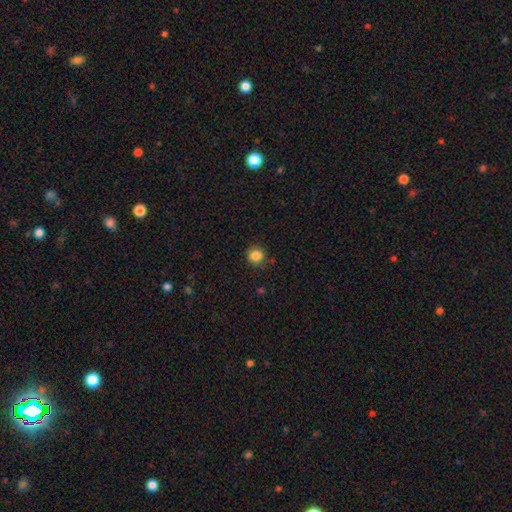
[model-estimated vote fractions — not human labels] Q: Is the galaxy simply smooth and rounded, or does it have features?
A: smooth — 85%.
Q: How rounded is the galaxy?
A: round — 92%.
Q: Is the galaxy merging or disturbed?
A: none — 88%.